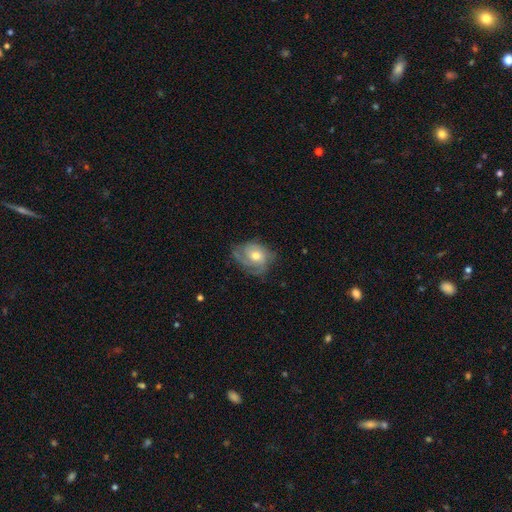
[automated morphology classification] Overall: featured or disk (65%; smooth 28%). Edge-on disk: no (96%). Bar: no (77%). Spiral arms: yes (87%). Spiral arm count: can't tell (30%; 3 27%). Spiral winding: tight (48%; medium 37%). Bulge size: moderate (69%). Merging: none (59%; minor disturbance 26%).